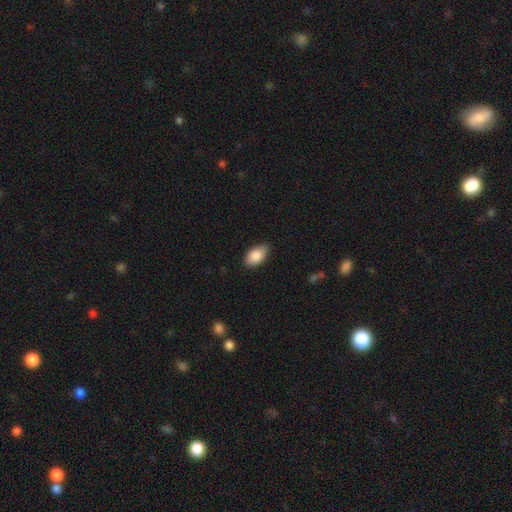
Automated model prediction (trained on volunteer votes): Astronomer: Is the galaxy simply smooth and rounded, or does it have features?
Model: smooth — 87%.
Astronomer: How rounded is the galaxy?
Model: in between — 94%.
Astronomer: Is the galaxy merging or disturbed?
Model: none — 84%.